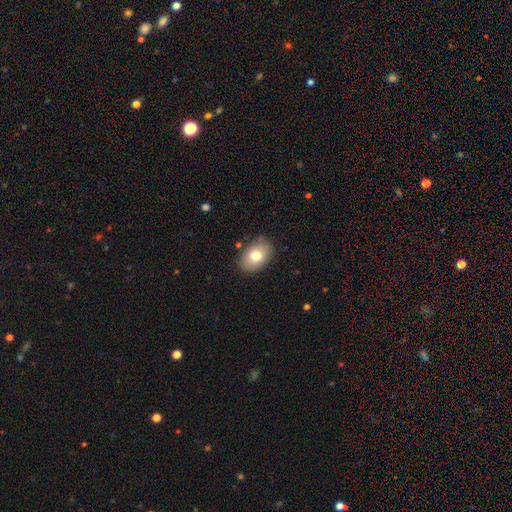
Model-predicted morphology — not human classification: type=smooth (76%); roundness=in between (84%); merging=none (84%).